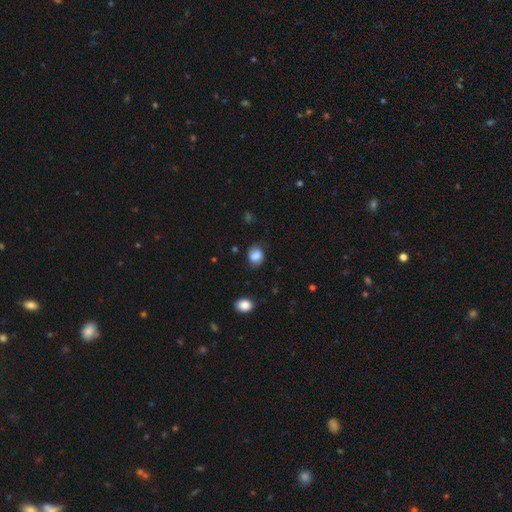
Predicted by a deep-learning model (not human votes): Overall: smooth (77%). How rounded: in between (50%; round 49%). Merging: none (73%).